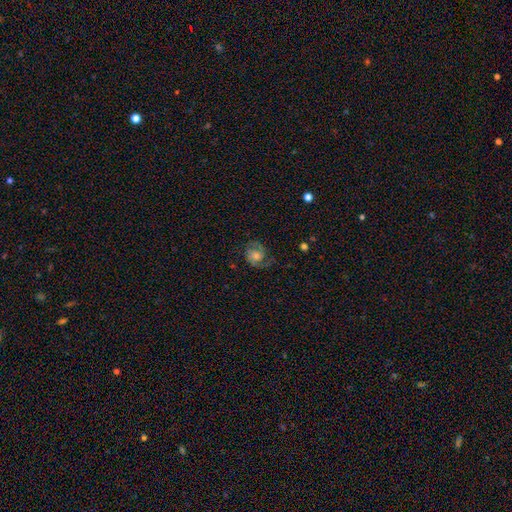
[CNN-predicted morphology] smooth-or-featured: featured or disk: 73% | smooth: 17% | star or artifact: 10%
  disk-edge-on: no: 98% | yes: 2%
    bar: no: 68% | weak: 27% | strong: 5%
    has-spiral-arms: yes: 95% | no: 5%
      spiral-winding: medium: 46% | tight: 40% | loose: 14%
      spiral-arm-count: 2: 82% | can't tell: 7% | 1: 4% | 3: 3% | 4: 1% | more than 4: 1%
    bulge-size: moderate: 52% | small: 26% | large: 14% | none: 6% | dominant: 2%
  merging: none: 74% | minor disturbance: 16% | major disturbance: 9% | merger: 1%